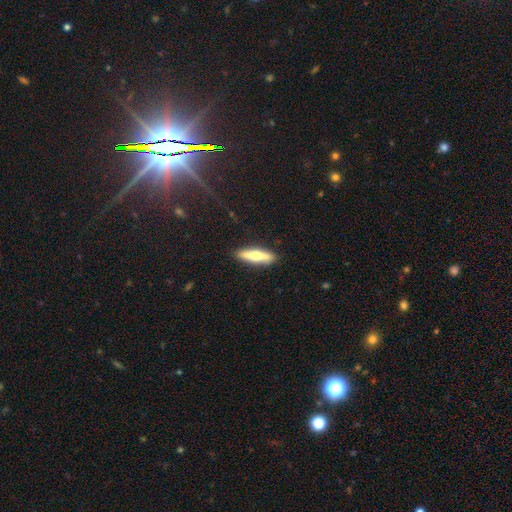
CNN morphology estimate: A smooth galaxy with no disk features (56%) that is cigar-shaped (74%). Merging: none (89%).